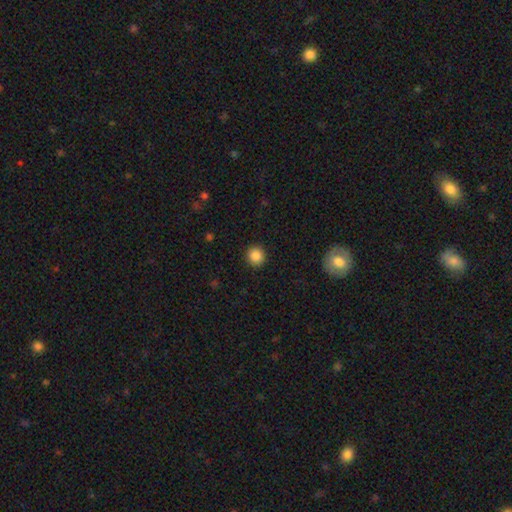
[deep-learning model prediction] The model was most divided on "smooth or featured": smooth: 87%, star or artifact: 10%, featured or disk: 3%. More confident: how rounded — round (93%); merging — none (92%).